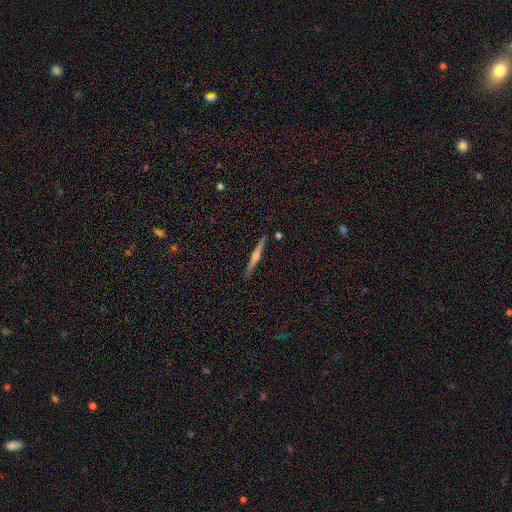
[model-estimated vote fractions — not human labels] featured or disk 74%, smooth 20%, star or artifact 6%. Down the decision tree: edge-on disk — yes (98%); edge-on bulge — rounded (88%); merging — none (91%).